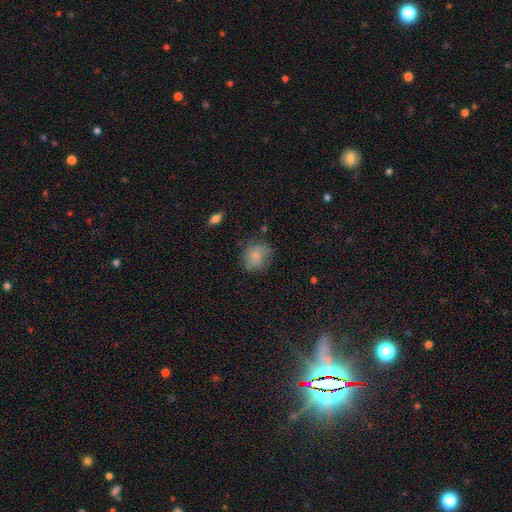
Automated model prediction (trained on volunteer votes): smooth 73%, featured or disk 17%, star or artifact 10%. Down the decision tree: how rounded — round (71%); merging — none (62%).